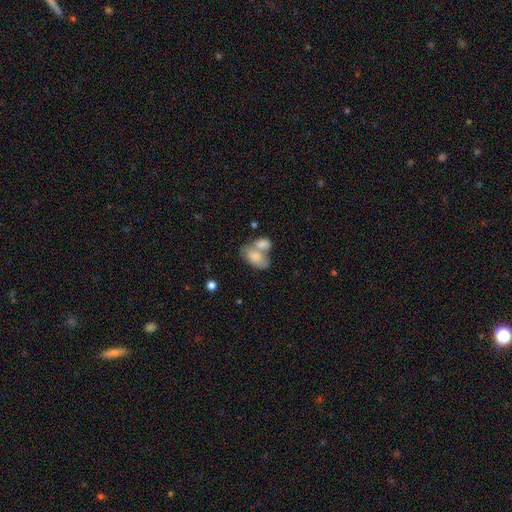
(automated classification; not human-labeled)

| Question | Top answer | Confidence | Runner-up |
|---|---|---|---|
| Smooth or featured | smooth | 77% | featured or disk (17%) |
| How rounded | in between | 91% | round (7%) |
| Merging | merger | 61% | none (22%) |